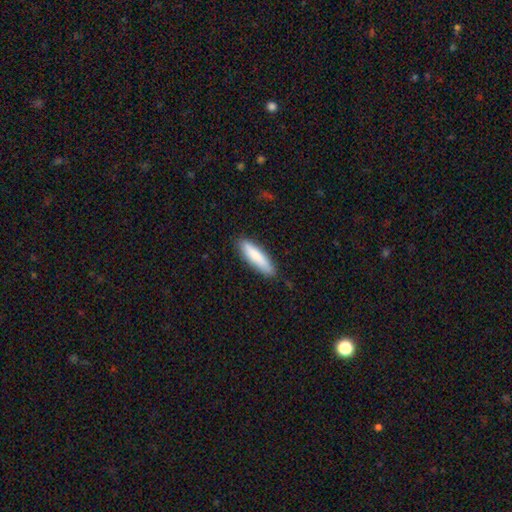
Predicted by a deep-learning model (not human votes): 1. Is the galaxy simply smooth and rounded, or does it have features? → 82% smooth, 12% featured or disk, 5% star or artifact.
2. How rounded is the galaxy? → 74% cigar-shaped, 25% in between, 1% round.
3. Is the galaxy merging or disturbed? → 86% none, 11% minor disturbance, 2% major disturbance, 1% merger.